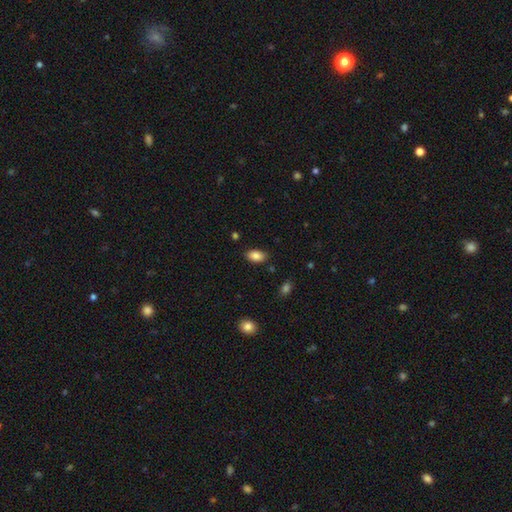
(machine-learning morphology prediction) smooth 86%, star or artifact 8%, featured or disk 6%. Down the decision tree: how rounded — in between (92%); merging — none (85%).